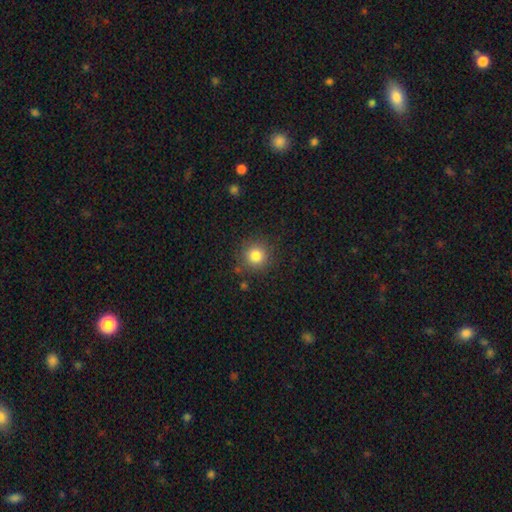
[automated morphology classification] This appears to be a smooth galaxy with no disk features (82%) that is round (93%). Merging: none (87%).